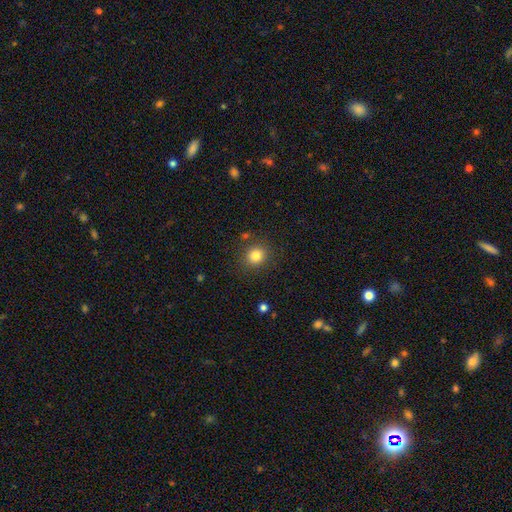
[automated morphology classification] This is clearly a smooth galaxy (82%). How rounded: clearly round (82%). Merging: clearly none (85%).